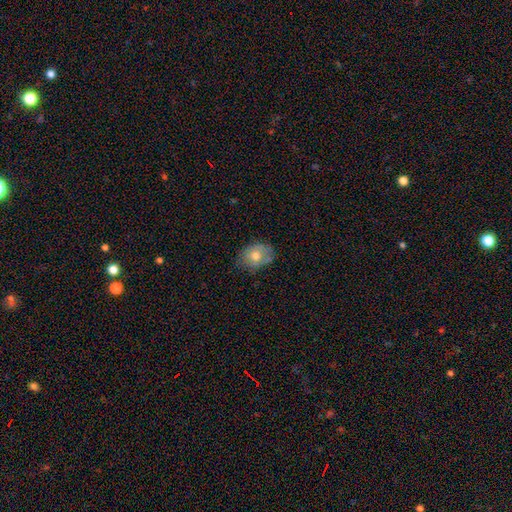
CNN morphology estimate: smooth-or-featured: smooth: 68% | featured or disk: 23% | star or artifact: 9%
  how-rounded: in between: 66% | round: 33% | cigar-shaped: 1%
  merging: none: 66% | minor disturbance: 26% | major disturbance: 6% | merger: 2%